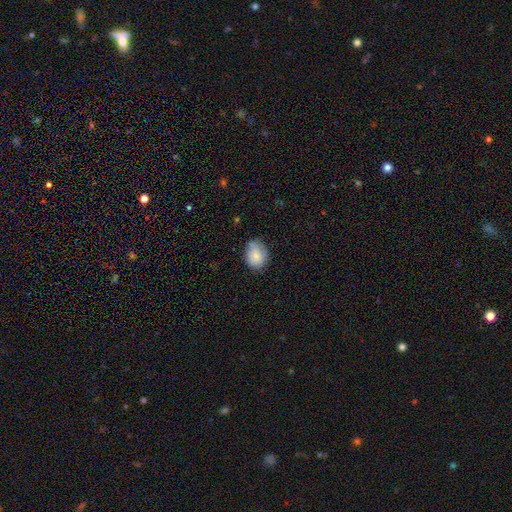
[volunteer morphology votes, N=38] Smooth or featured?
  - smooth: 87% *
  - featured or disk: 11%
  - star or artifact: 3%
How rounded?
  - in between: 79% *
  - round: 21%
  - cigar-shaped: 0%
Merging?
  - none: 68% *
  - minor disturbance: 27%
  - major disturbance: 3%
  - merger: 3%